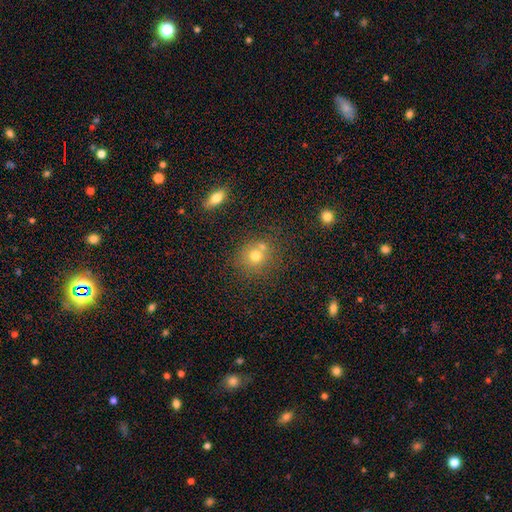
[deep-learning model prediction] The model was most divided on "merging": none: 59%, merger: 27%, minor disturbance: 10%, major disturbance: 4%. More confident: how rounded — round (83%); smooth or featured — smooth (72%).